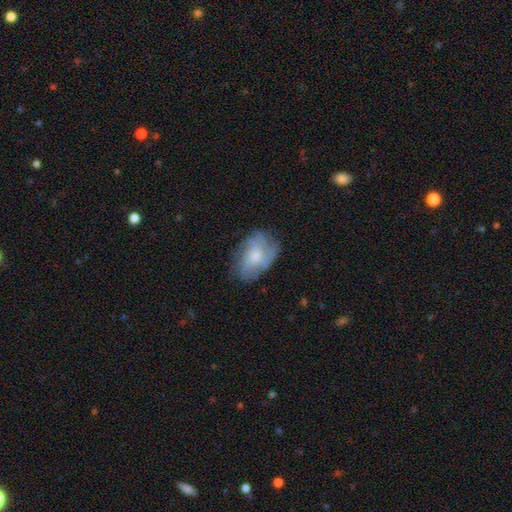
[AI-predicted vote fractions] A featured or disk galaxy (50%). Merging: none (64%).